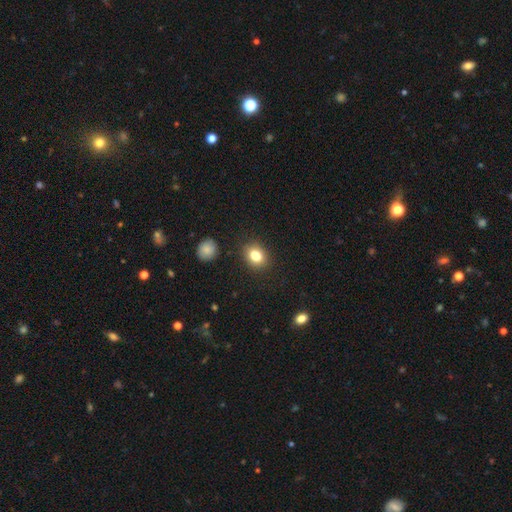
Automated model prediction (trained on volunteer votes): This appears to be a smooth galaxy with no disk features (82%) that is round (50%). Merging: none (86%).